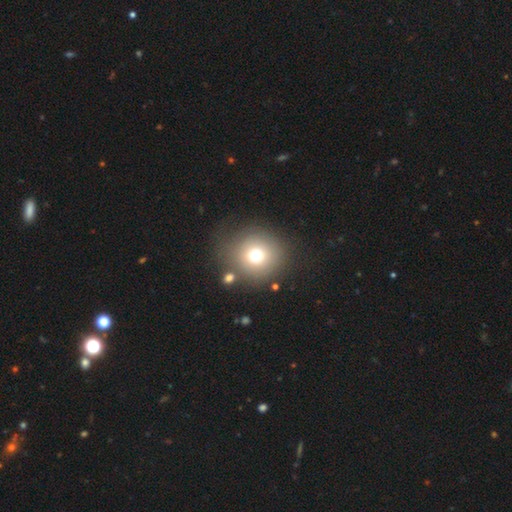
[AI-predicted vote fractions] This is likely a smooth galaxy (71%). How rounded: clearly round (91%). Merging: likely none (75%).